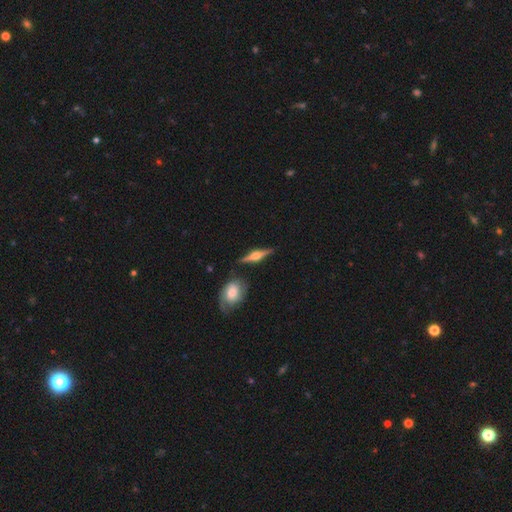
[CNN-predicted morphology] This appears to be a featured or disk galaxy (77%) viewed edge-on (97%) with a rounded central bulge (92%). Merging: none (83%).